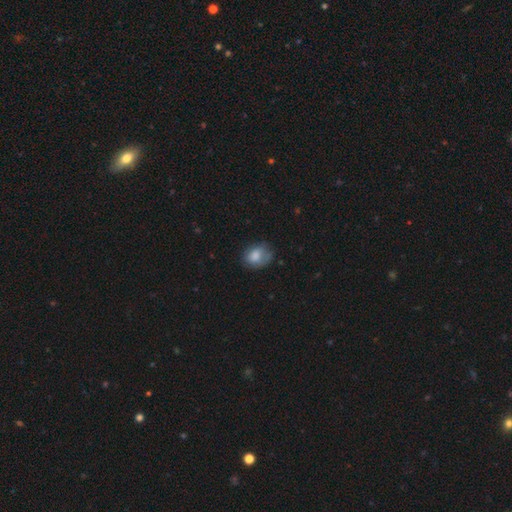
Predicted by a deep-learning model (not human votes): A smooth galaxy with no disk features (77%) that is in between round and cigar-shaped (58%). Merging: none (58%).